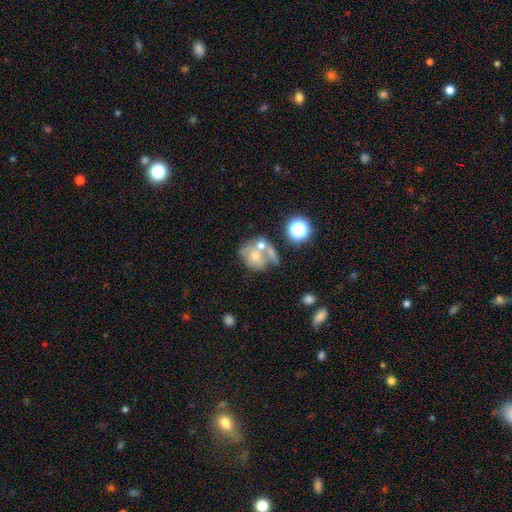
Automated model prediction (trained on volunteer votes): featured or disk 44%, smooth 42%, star or artifact 14%. Down the decision tree: merging — merger (46%).